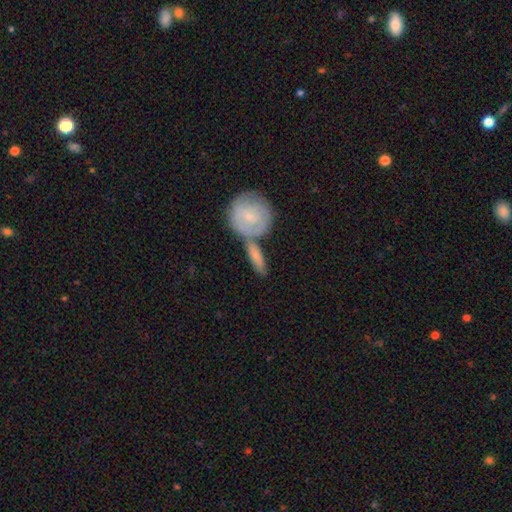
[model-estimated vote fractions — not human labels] A smooth galaxy with no disk features (69%) that is in between round and cigar-shaped (49%). Merging: none (52%).